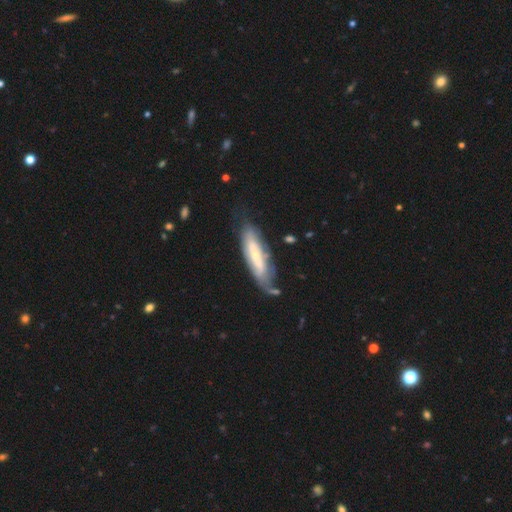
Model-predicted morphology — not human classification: A featured or disk galaxy (58%).

Vote fractions:
- Smooth or featured? featured or disk: 58% / smooth: 36% / star or artifact: 6%
- Edge-on disk? no: 68% / yes: 32%
- Merging? none: 53% / minor disturbance: 28% / major disturbance: 13% / merger: 7%